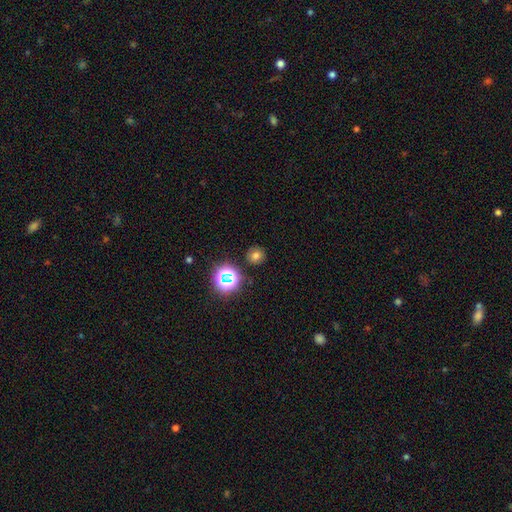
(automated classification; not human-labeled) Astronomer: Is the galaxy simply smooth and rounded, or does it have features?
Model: smooth — 68%.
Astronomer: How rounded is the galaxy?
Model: round — 93%.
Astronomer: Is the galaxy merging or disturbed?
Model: none — 88%.